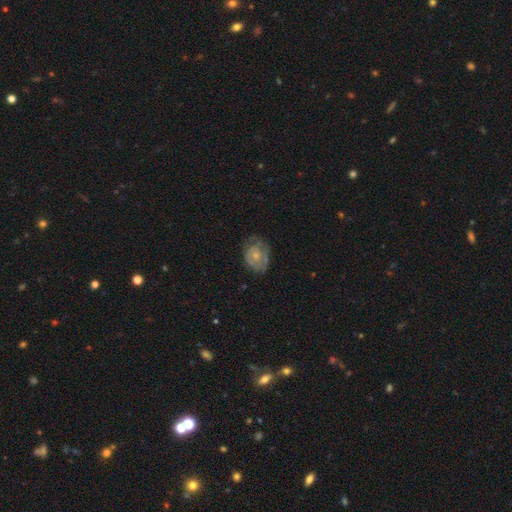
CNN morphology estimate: This is possibly a featured or disk galaxy (49%). Merging: possibly none (55%).